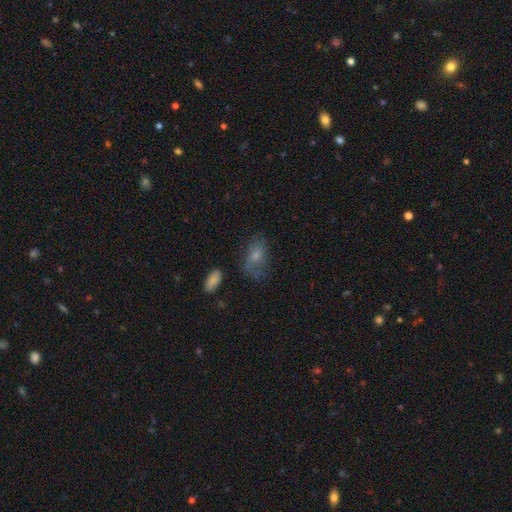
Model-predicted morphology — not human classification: This appears to be a smooth galaxy with no disk features (62%) that is in between round and cigar-shaped (86%). Merging: none (49%).